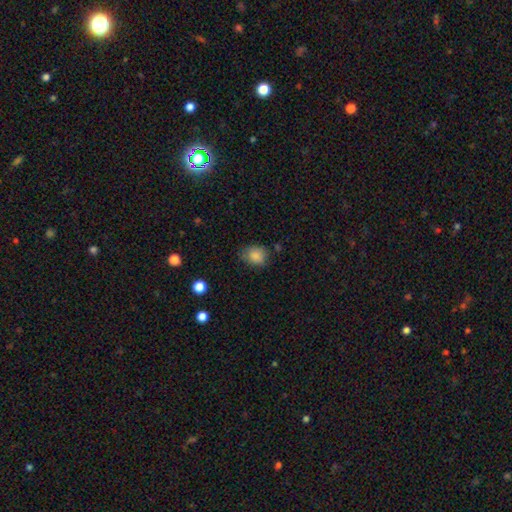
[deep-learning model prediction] This appears to be a smooth galaxy with no disk features (85%) that is round (59%). Merging: none (68%).